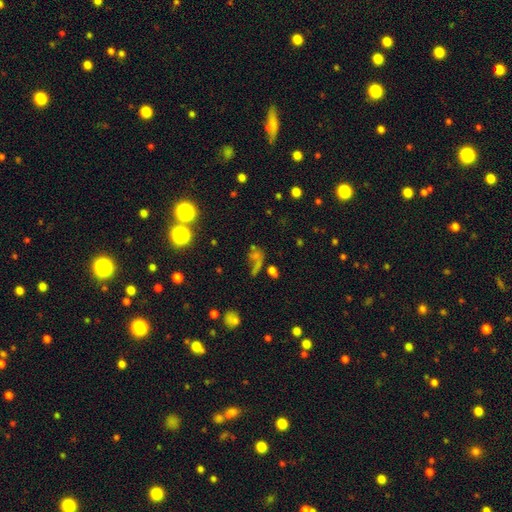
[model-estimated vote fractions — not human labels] smooth_or_featured: star or artifact (p=0.42) [alt: smooth p=0.38]